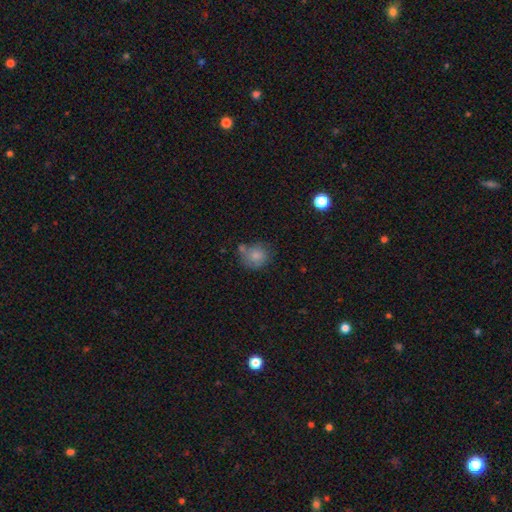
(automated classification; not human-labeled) Q: Smooth or featured?
A: smooth (78%); runner-up: featured or disk (14%)
Q: How rounded?
A: round (77%); runner-up: in between (22%)
Q: Merging?
A: none (51%); runner-up: minor disturbance (22%)